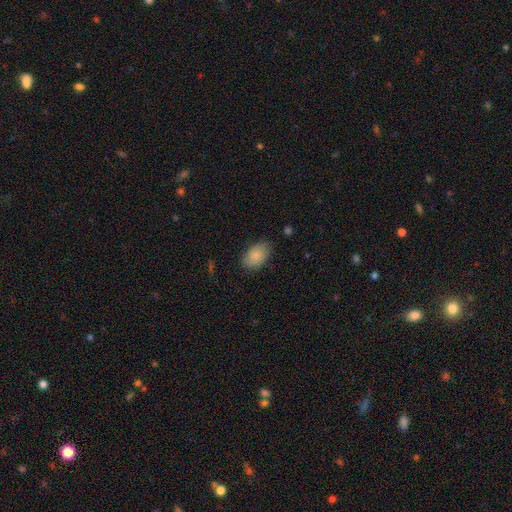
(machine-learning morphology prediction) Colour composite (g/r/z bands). It shows a smooth galaxy with no disk features (83%) that is in between round and cigar-shaped (89%). Merging: none (75%).